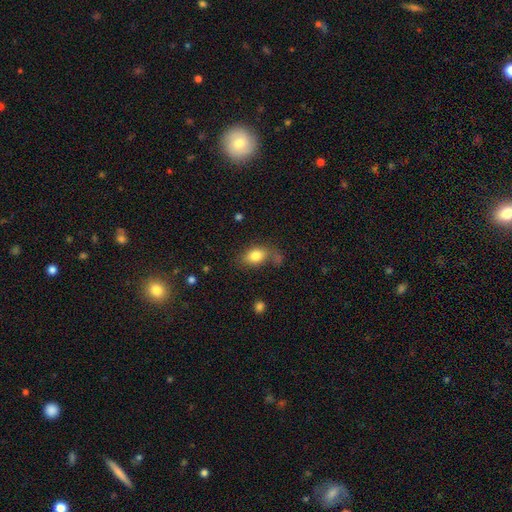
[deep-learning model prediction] Smooth or featured: smooth — 81% (featured or disk — 10%)
How rounded: in between — 81% (round — 17%)
Merging: none — 56% (minor disturbance — 21%)